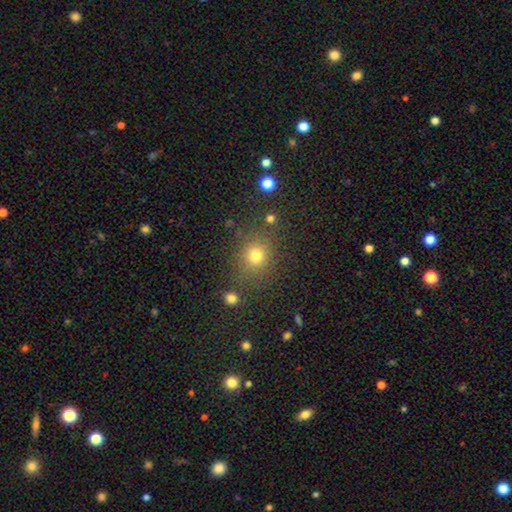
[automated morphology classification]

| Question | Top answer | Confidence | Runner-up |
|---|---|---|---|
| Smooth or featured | smooth | 74% | star or artifact (18%) |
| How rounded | round | 76% | in between (22%) |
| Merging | none | 78% | minor disturbance (11%) |